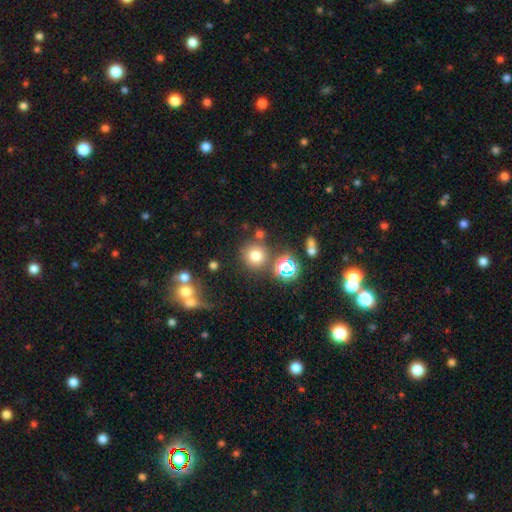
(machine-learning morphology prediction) This appears to be a smooth galaxy with no disk features (71%) that is round (92%). Merging: none (75%).